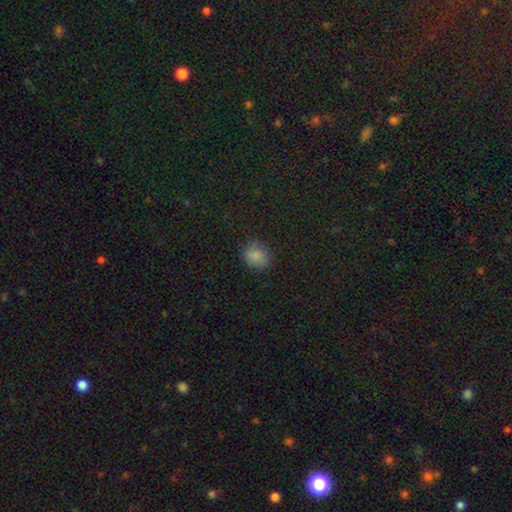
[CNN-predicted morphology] smooth 84%, star or artifact 12%, featured or disk 5%. Down the decision tree: how rounded — round (65%); merging — none (79%).